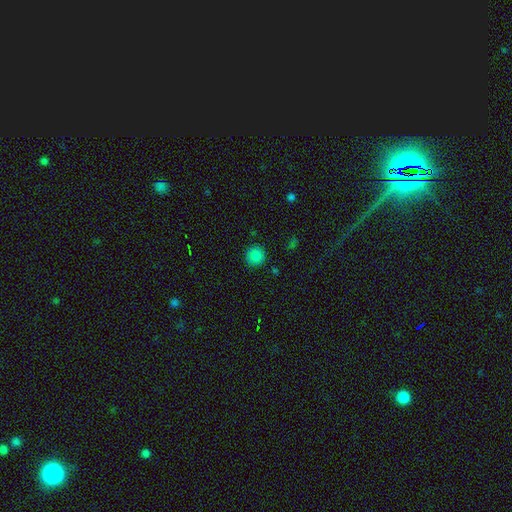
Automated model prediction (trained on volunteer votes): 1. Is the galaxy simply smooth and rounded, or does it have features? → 84% smooth, 12% star or artifact, 4% featured or disk.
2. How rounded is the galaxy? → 93% round, 6% in between, 1% cigar-shaped.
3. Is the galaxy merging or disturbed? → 90% none, 6% minor disturbance, 2% major disturbance, 2% merger.